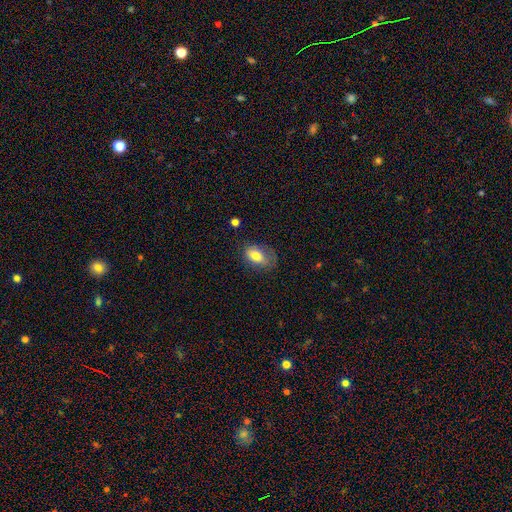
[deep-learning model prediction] A smooth galaxy with no disk features (73%) that is in between round and cigar-shaped (87%). Merging: none (58%).